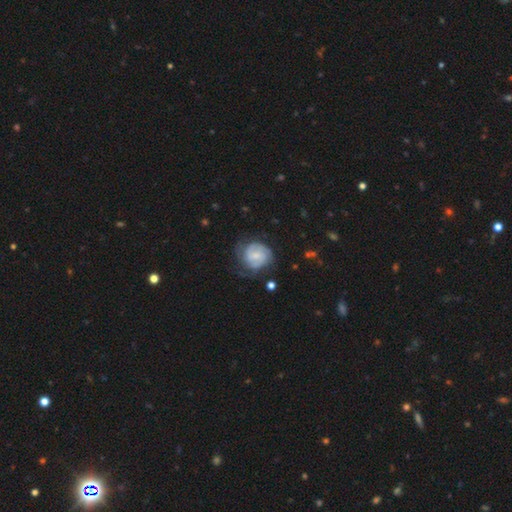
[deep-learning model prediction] Smooth or featured?
  - featured or disk: 72% *
  - smooth: 22%
  - star or artifact: 6%
Edge-on disk?
  - no: 98% *
  - yes: 2%
Bar?
  - weak: 47% *
  - no: 45%
  - strong: 9%
Spiral arms?
  - yes: 92% *
  - no: 8%
Spiral winding?
  - tight: 56% *
  - medium: 34%
  - loose: 9%
Spiral arm count?
  - 2: 46% *
  - can't tell: 26%
  - 3: 16%
  - 1: 5%
  - 4: 4%
  - more than 4: 3%
Bulge size?
  - small: 51% *
  - moderate: 28%
  - none: 17%
  - large: 3%
  - dominant: 1%
Merging?
  - none: 61% *
  - minor disturbance: 23%
  - major disturbance: 14%
  - merger: 2%